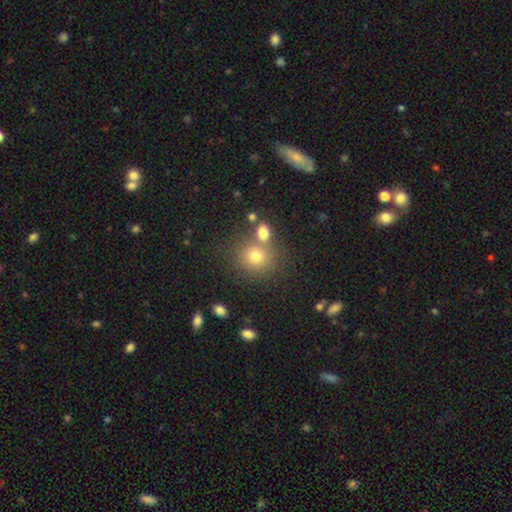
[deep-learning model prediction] smooth 73%, star or artifact 16%, featured or disk 11%. Down the decision tree: how rounded — round (77%); merging — none (64%).